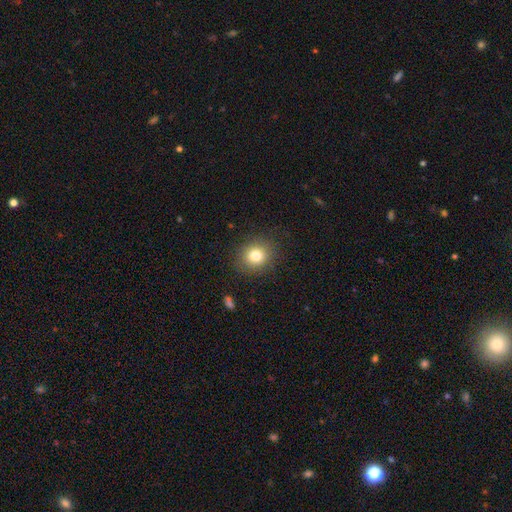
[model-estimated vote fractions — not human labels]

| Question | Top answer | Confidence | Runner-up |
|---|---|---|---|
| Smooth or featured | smooth | 79% | star or artifact (12%) |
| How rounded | round | 78% | in between (21%) |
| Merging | none | 87% | minor disturbance (8%) |